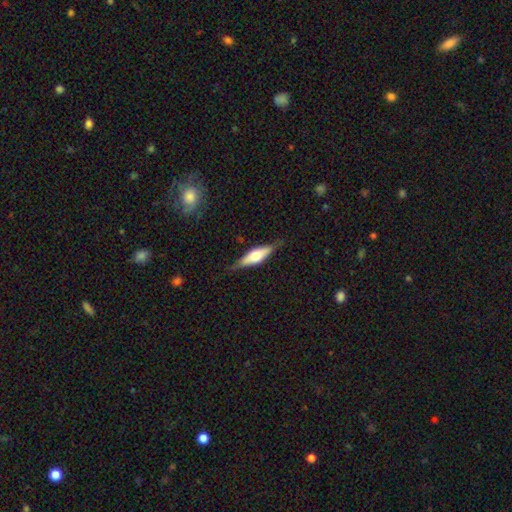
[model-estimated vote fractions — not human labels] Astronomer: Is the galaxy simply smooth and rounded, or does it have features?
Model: featured or disk — 53% (runner-up: smooth, 41%).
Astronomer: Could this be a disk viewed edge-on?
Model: yes — 90%.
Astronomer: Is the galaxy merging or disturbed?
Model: none — 81%.